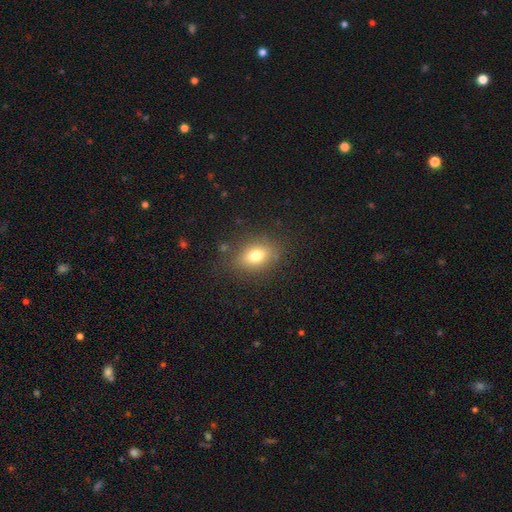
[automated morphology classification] A smooth galaxy with no disk features (75%) that is in between round and cigar-shaped (74%). Merging: none (82%).